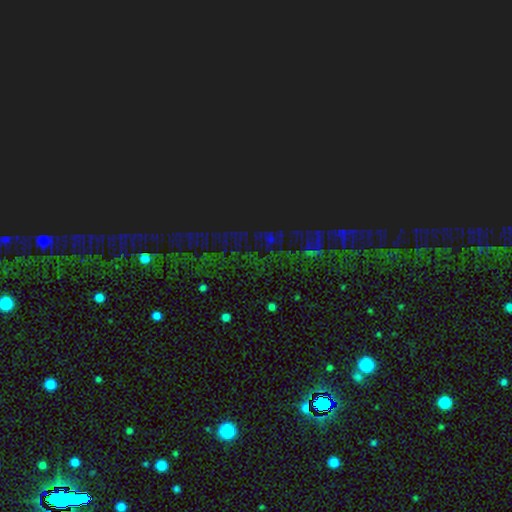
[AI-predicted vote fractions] smooth-or-featured: star or artifact: 78% | smooth: 11% | featured or disk: 10%